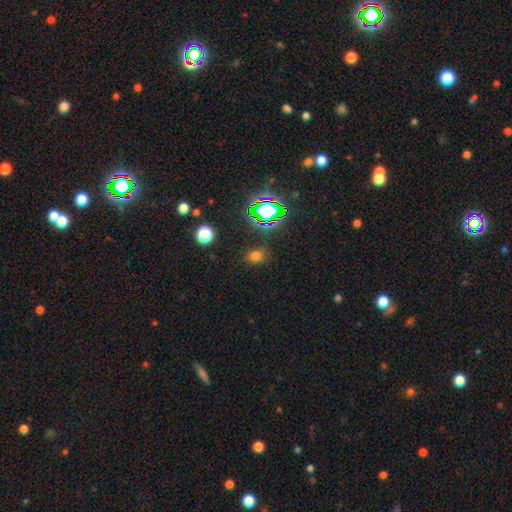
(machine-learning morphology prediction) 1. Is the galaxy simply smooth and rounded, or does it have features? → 64% smooth, 30% star or artifact, 6% featured or disk.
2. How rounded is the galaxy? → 51% round, 47% in between, 2% cigar-shaped.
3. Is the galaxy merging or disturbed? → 81% none, 12% minor disturbance, 4% major disturbance, 3% merger.